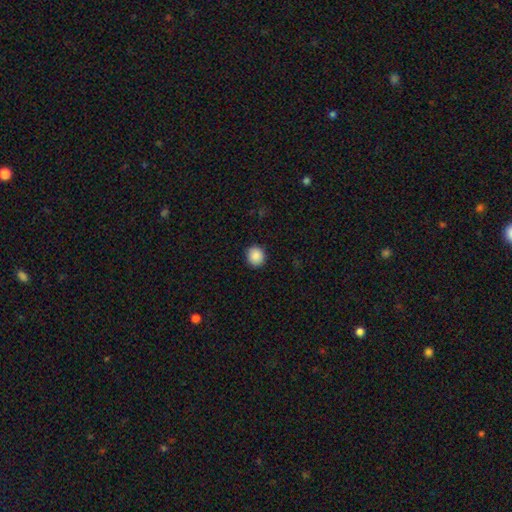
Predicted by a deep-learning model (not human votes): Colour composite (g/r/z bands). It shows a smooth galaxy with no disk features (89%) that is round (89%). Merging: none (91%).